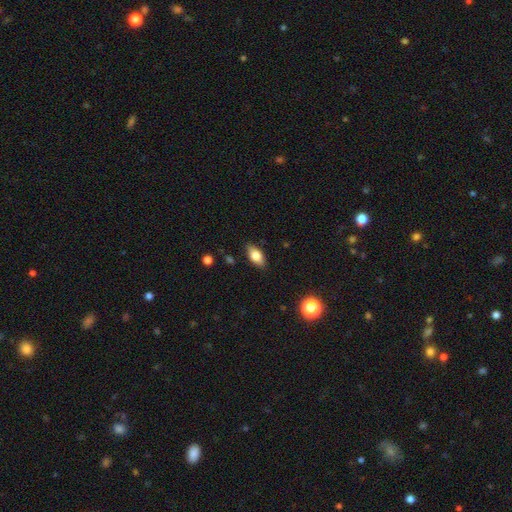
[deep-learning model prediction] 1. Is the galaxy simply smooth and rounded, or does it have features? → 77% smooth, 15% featured or disk, 8% star or artifact.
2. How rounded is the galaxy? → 88% in between, 6% cigar-shaped, 5% round.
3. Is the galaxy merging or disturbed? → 86% none, 11% minor disturbance, 2% major disturbance, 1% merger.